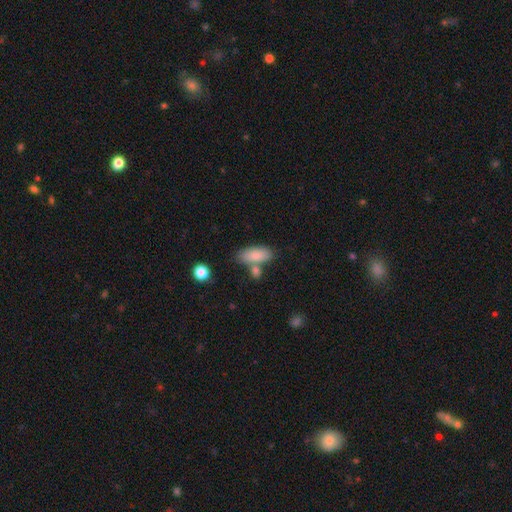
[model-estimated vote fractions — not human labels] A smooth galaxy with no disk features (82%) that is in between round and cigar-shaped (83%). Merging: none (61%).